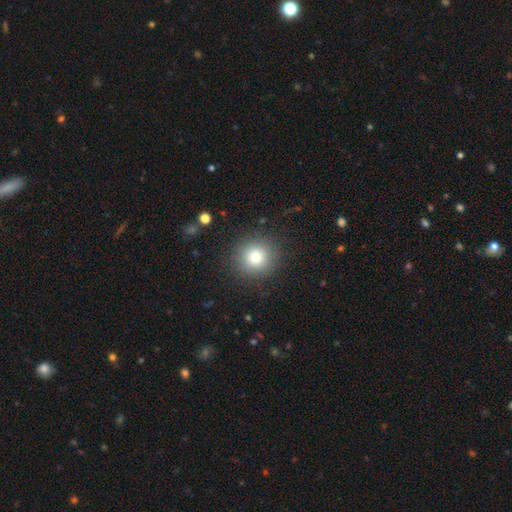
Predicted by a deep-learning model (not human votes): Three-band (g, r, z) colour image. It shows a smooth galaxy with no disk features (81%) that is round (92%). Merging: none (89%).